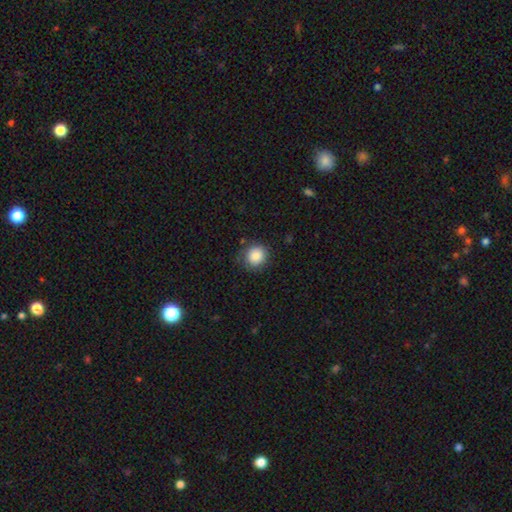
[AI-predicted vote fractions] smooth_or_featured: smooth (p=0.87) [alt: star or artifact p=0.08]
how_rounded: round (p=0.88) [alt: in between p=0.11]
merging: none (p=0.80) [alt: minor disturbance p=0.15]